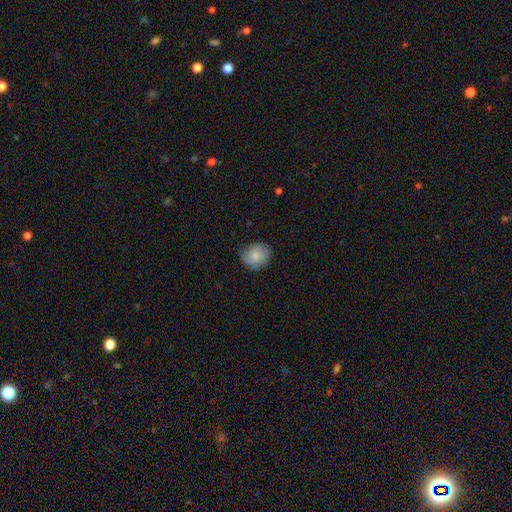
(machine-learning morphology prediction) type=smooth (76%); roundness=round (70%); merging=none (69%).